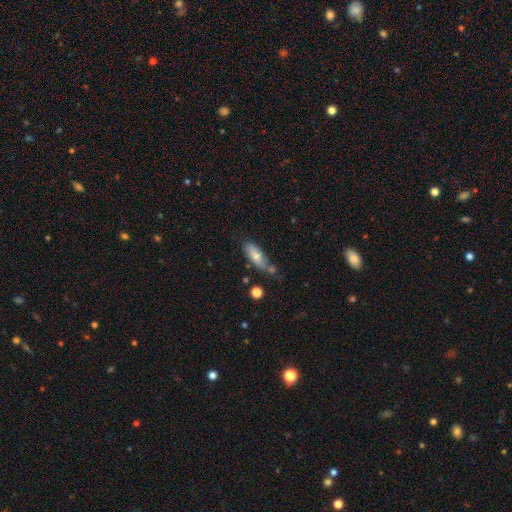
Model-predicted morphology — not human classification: Q: Smooth or featured?
A: smooth (76%); runner-up: featured or disk (17%)
Q: How rounded?
A: in between (65%); runner-up: cigar-shaped (33%)
Q: Merging?
A: none (54%); runner-up: minor disturbance (24%)